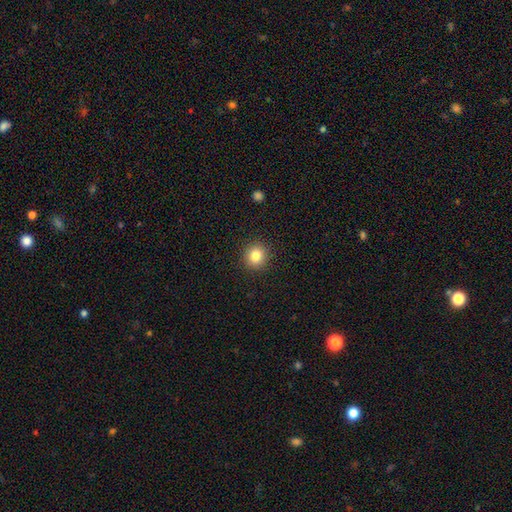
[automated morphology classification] type=smooth (83%); roundness=round (91%); merging=none (92%).